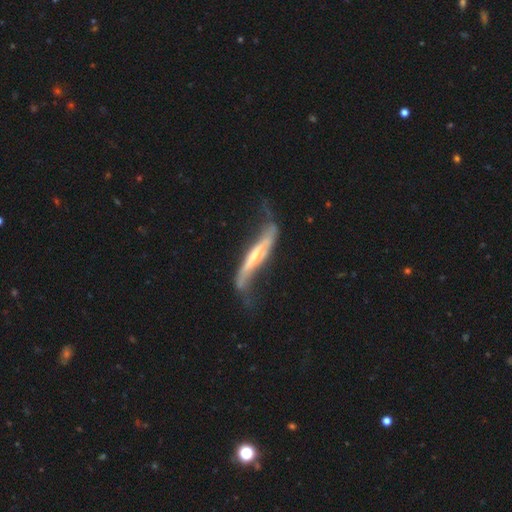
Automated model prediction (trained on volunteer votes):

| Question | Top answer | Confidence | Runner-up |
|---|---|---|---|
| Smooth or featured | featured or disk | 80% | smooth (15%) |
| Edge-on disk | yes | 54% | no (46%) |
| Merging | none | 42% | minor disturbance (29%) |